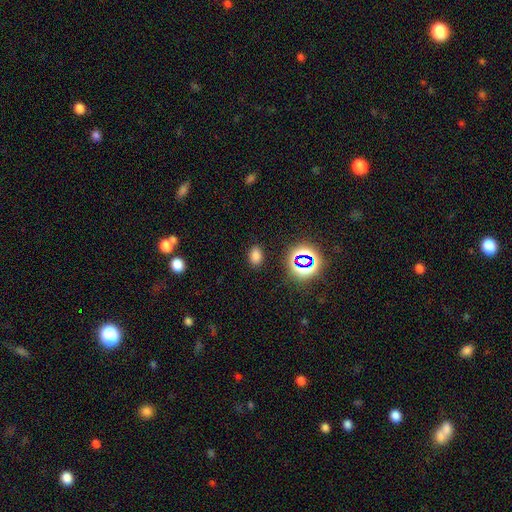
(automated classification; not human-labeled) Smooth or featured? smooth (72%)
How rounded? in between (81%)
Merging? none (86%)